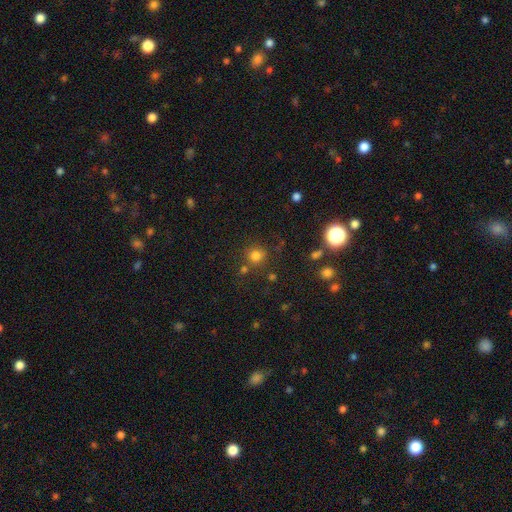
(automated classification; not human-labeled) smooth 76%, star or artifact 18%, featured or disk 6%. Down the decision tree: how rounded — round (88%); merging — none (74%).